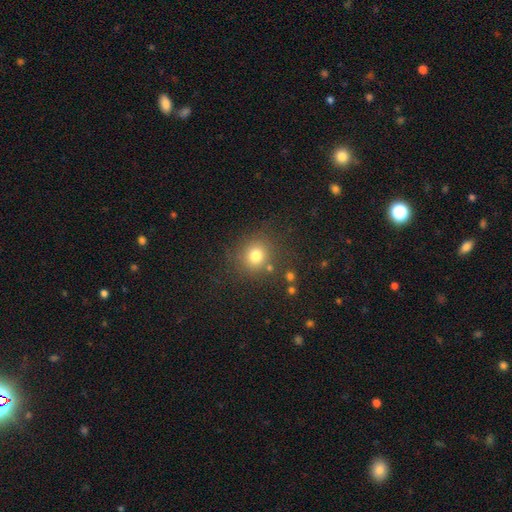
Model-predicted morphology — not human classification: The model was most divided on "smooth or featured": smooth: 77%, star or artifact: 15%, featured or disk: 8%. More confident: how rounded — round (87%); merging — none (80%).